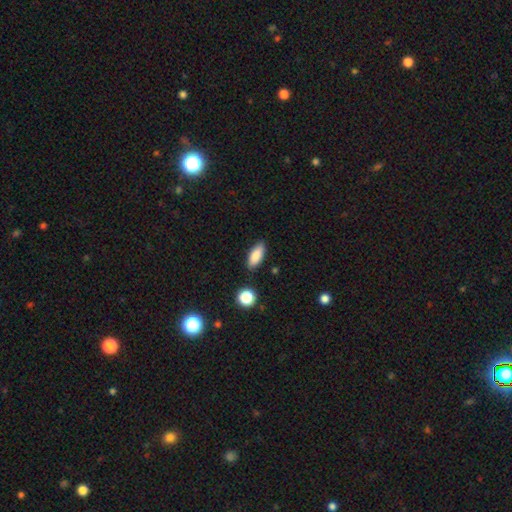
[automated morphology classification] The model was most divided on "how rounded": in between: 78%, cigar-shaped: 19%, round: 3%. More confident: smooth or featured — smooth (86%); merging — none (85%).